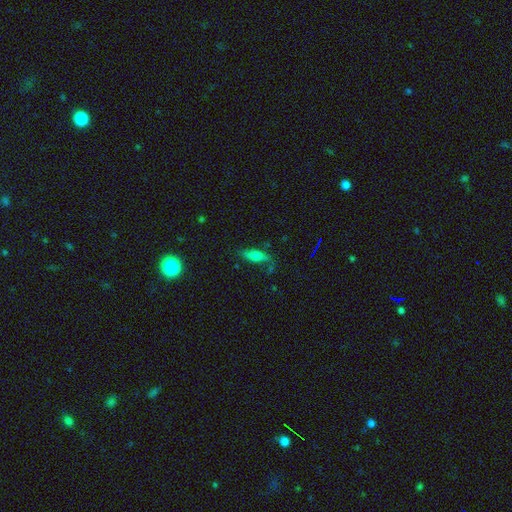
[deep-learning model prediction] Morphology: type=smooth (59%); roundness=in between (58%); merging=none (62%).